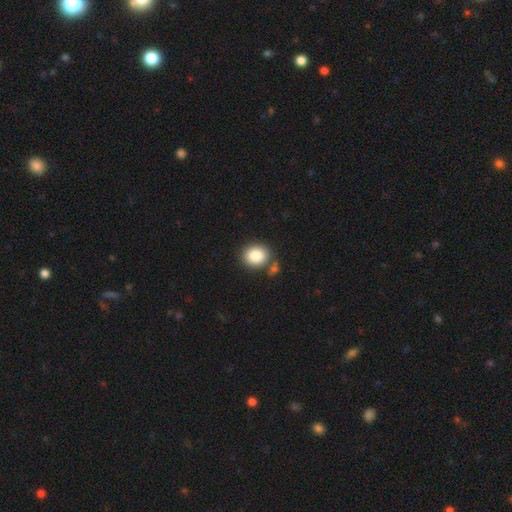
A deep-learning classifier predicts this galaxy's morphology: Smooth or featured?
  - smooth: 85% *
  - star or artifact: 9%
  - featured or disk: 6%
How rounded?
  - round: 72% *
  - in between: 27%
  - cigar-shaped: 1%
Merging?
  - none: 75% *
  - merger: 11%
  - minor disturbance: 11%
  - major disturbance: 3%